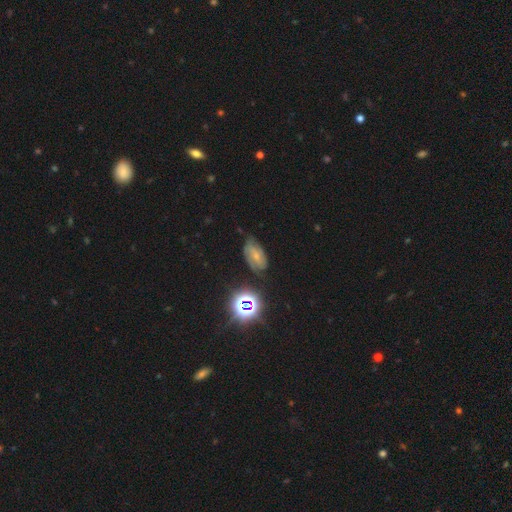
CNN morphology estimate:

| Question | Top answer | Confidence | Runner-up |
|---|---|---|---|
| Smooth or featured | featured or disk | 46% | smooth (34%) |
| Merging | none | 62% | minor disturbance (27%) |